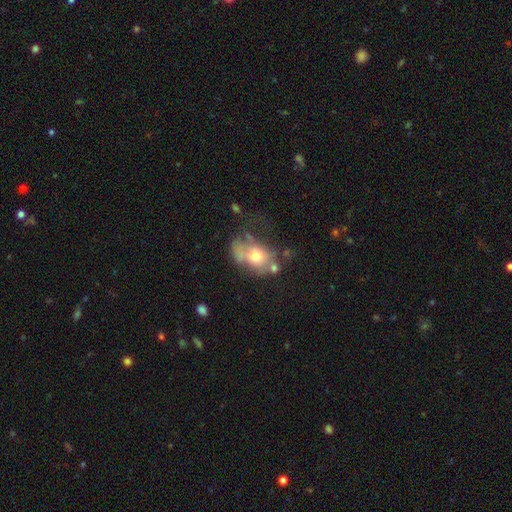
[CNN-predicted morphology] Smooth or featured?
  - smooth: 52% *
  - featured or disk: 37%
  - star or artifact: 10%
How rounded?
  - in between: 70% *
  - round: 28%
  - cigar-shaped: 2%
Merging?
  - major disturbance: 34% *
  - none: 26%
  - minor disturbance: 23%
  - merger: 16%